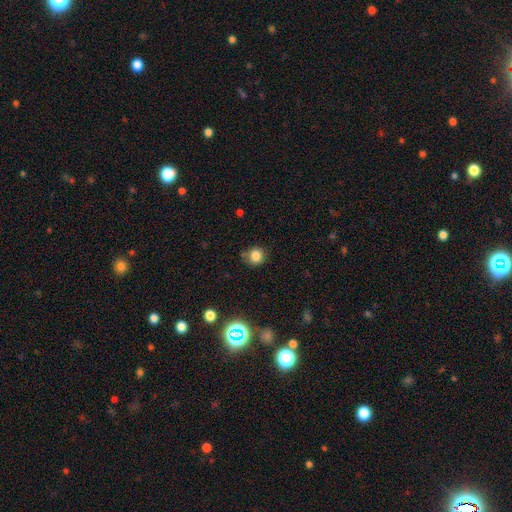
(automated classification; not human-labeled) The model was most divided on "merging": none: 72%, minor disturbance: 20%, major disturbance: 5%, merger: 4%. More confident: how rounded — round (84%); smooth or featured — smooth (81%).